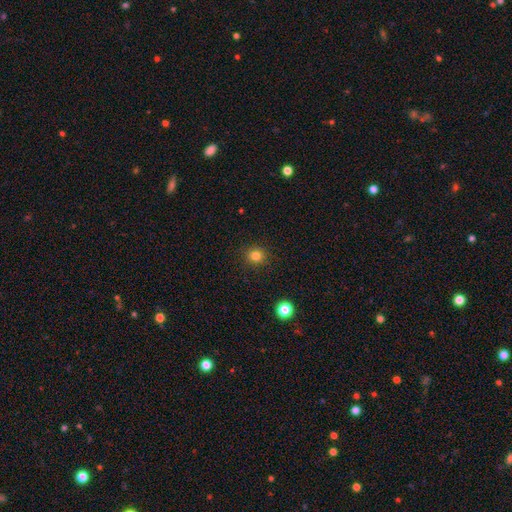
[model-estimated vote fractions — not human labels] A smooth galaxy with no disk features (82%) that is round (90%). Merging: none (90%).